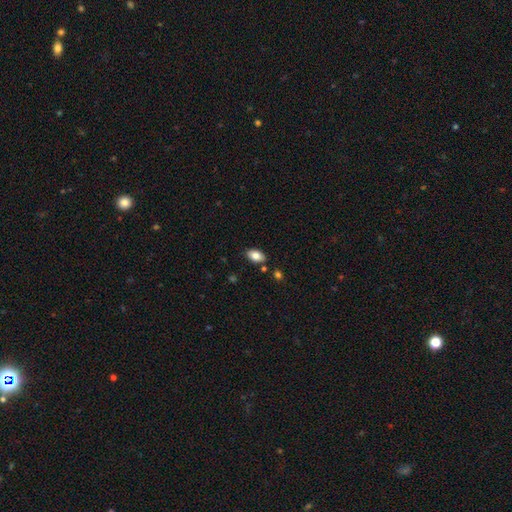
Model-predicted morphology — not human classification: smooth 83%, featured or disk 10%, star or artifact 8%. Down the decision tree: how rounded — in between (92%); merging — none (83%).